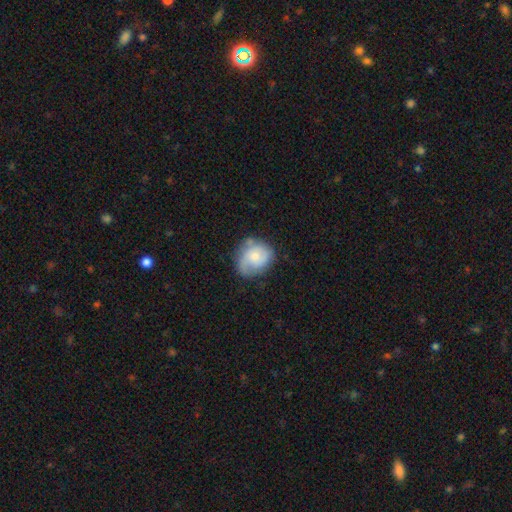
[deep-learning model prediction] smooth-or-featured: smooth: 49% | featured or disk: 44% | star or artifact: 7%
  merging: none: 57% | minor disturbance: 29% | major disturbance: 11% | merger: 3%